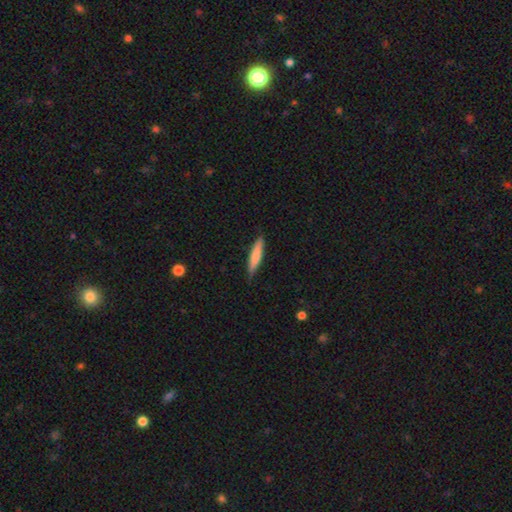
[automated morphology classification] Smooth or featured: smooth — 75% (featured or disk — 20%)
How rounded: cigar-shaped — 87% (in between — 12%)
Merging: none — 85% (minor disturbance — 12%)